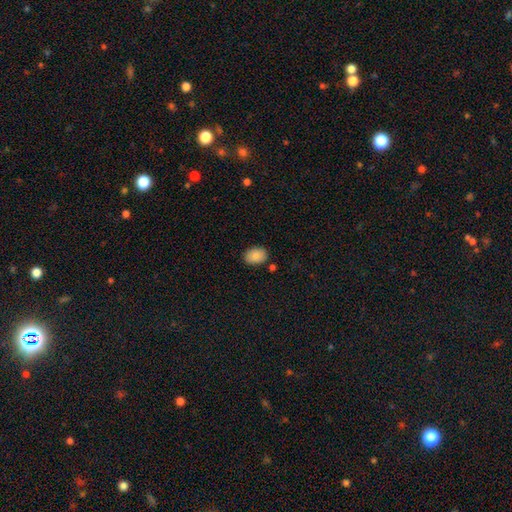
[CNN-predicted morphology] Smooth or featured? Predicted: smooth (p=0.86). How rounded? Predicted: in between (p=0.81). Merging? Predicted: none (p=0.83).